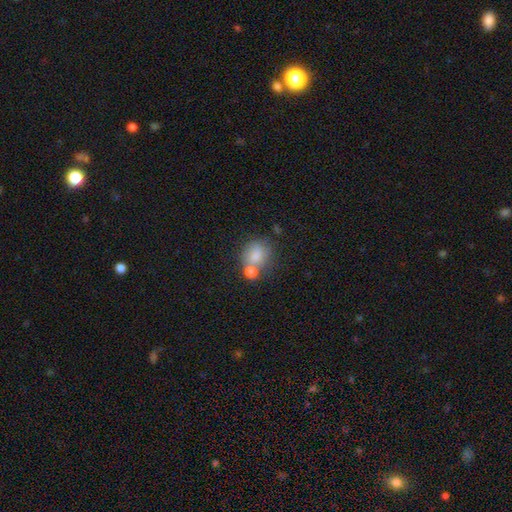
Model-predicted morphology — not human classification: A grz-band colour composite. It shows a smooth galaxy with no disk features (77%) that is round (56%). Merging: none (41%).